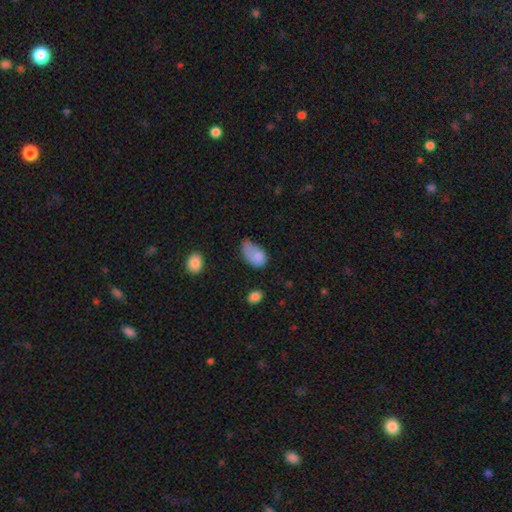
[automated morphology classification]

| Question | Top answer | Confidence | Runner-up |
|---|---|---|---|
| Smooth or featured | smooth | 78% | featured or disk (13%) |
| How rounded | in between | 89% | round (9%) |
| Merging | minor disturbance | 37% | major disturbance (33%) |